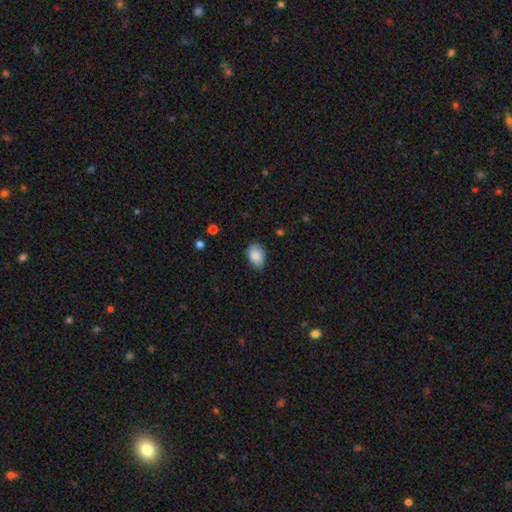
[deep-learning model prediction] Overall: smooth (88%). How rounded: in between (86%). Merging: none (81%).